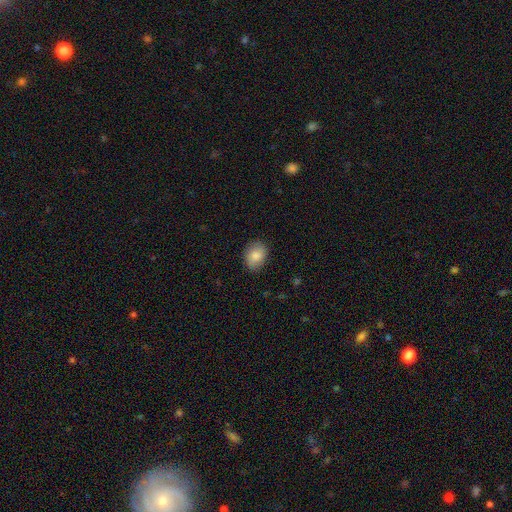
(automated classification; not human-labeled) Smooth or featured? smooth (84%)
How rounded? in between (66%)
Merging? none (85%)